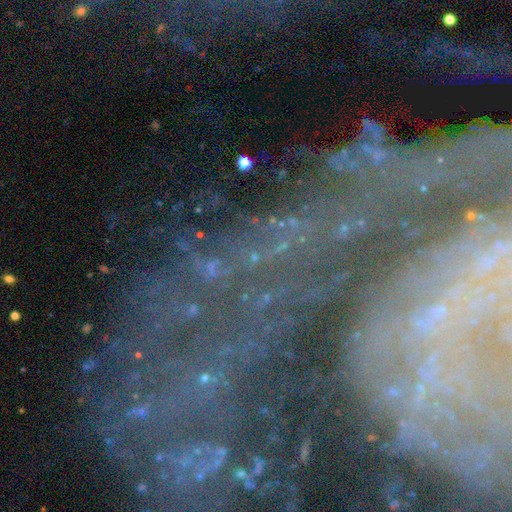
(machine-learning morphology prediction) The model was most divided on "smooth or featured": star or artifact: 46%, featured or disk: 41%, smooth: 13%.